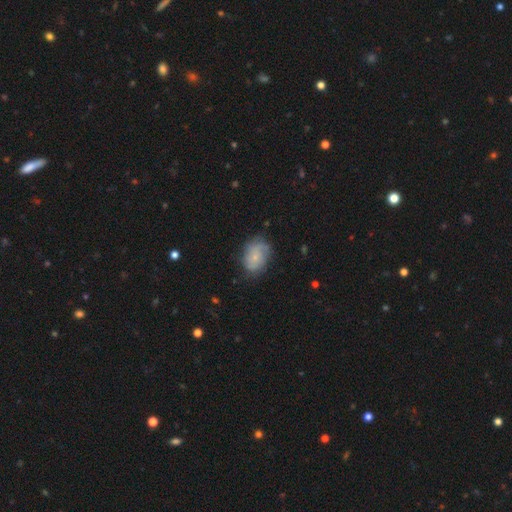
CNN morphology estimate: Smooth or featured?
  - smooth: 49% *
  - featured or disk: 43%
  - star or artifact: 8%
Merging?
  - none: 62% *
  - minor disturbance: 27%
  - major disturbance: 10%
  - merger: 2%